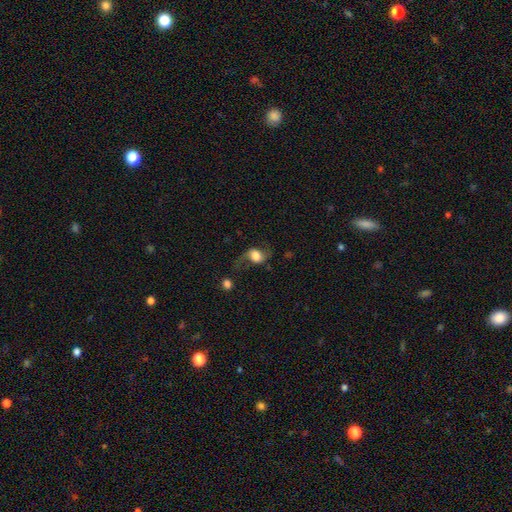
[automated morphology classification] Smooth or featured? featured or disk (46%)
Merging? none (48%)